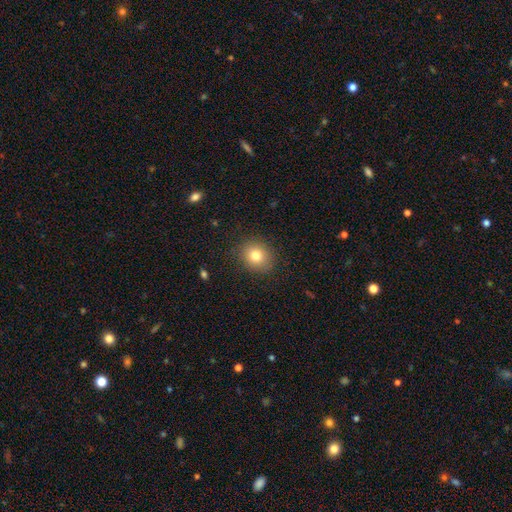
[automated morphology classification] Smooth or featured? Predicted: smooth (p=0.79). How rounded? Predicted: round (p=0.79). Merging? Predicted: none (p=0.88).